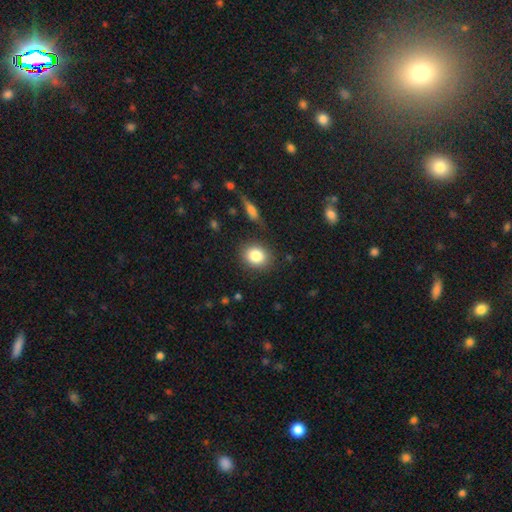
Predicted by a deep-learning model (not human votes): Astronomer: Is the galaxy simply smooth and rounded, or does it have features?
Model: smooth — 83%.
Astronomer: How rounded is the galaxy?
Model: round — 66%.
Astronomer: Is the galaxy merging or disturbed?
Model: none — 85%.